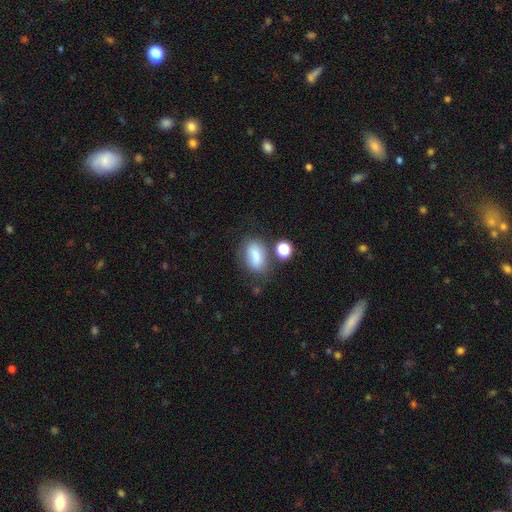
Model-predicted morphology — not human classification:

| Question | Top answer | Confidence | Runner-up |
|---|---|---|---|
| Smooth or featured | smooth | 76% | featured or disk (14%) |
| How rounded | in between | 83% | round (14%) |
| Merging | none | 60% | minor disturbance (20%) |